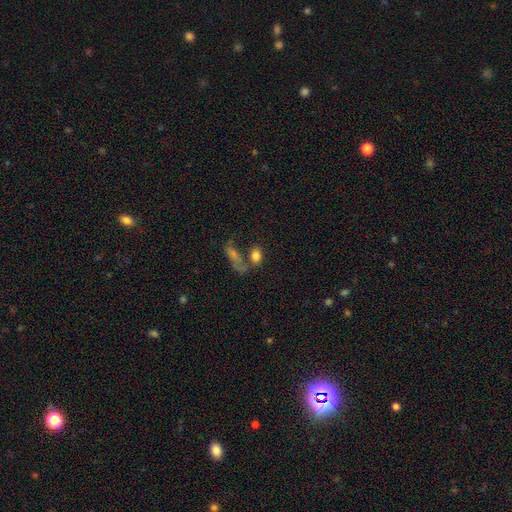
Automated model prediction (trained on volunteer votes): Morphology: type=smooth (78%); roundness=in between (71%); merging=none (44%).